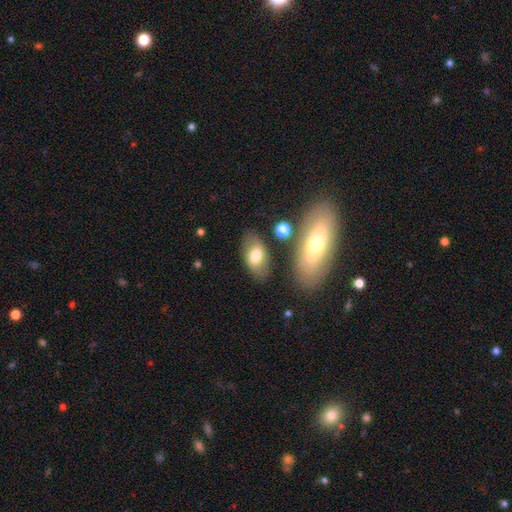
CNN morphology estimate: The model was most divided on "smooth or featured": smooth: 69%, featured or disk: 24%, star or artifact: 7%. More confident: how rounded — in between (92%); merging — none (76%).